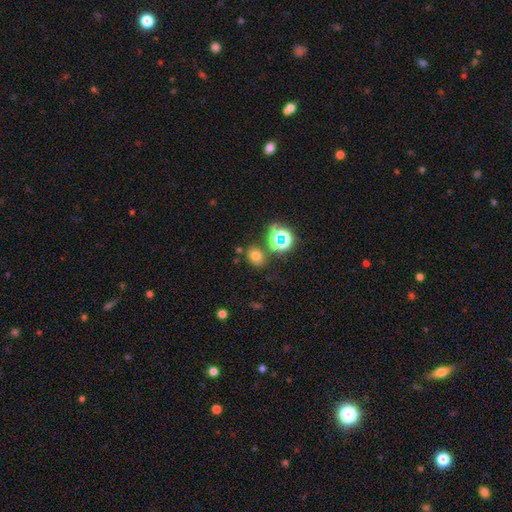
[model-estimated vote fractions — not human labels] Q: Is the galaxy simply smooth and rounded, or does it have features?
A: smooth — 65%.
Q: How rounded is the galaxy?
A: round — 50%.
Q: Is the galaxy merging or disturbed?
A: none — 76%.